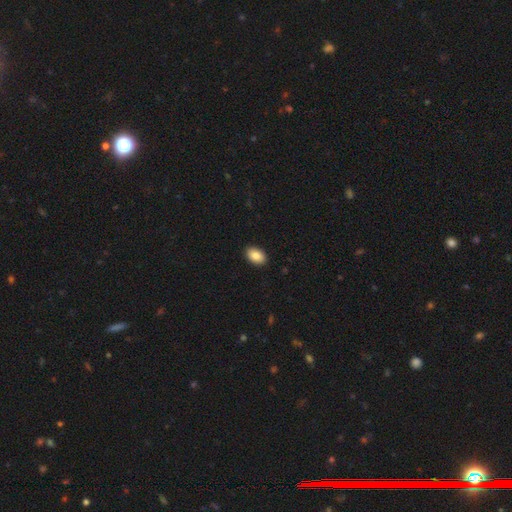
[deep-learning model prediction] Morphology: type=smooth (87%); roundness=in between (90%); merging=none (90%).